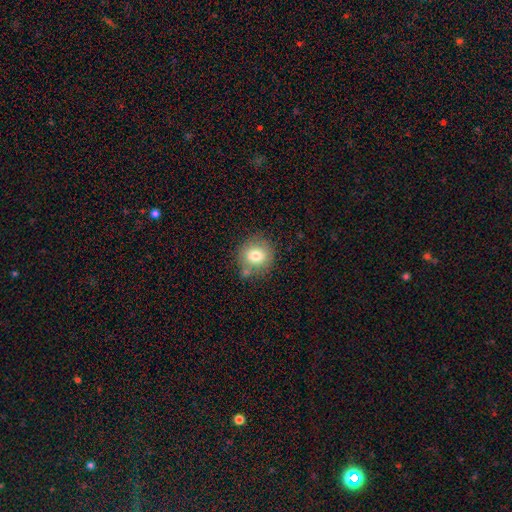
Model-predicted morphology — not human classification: Smooth or featured?
  - smooth: 77% *
  - featured or disk: 13%
  - star or artifact: 10%
How rounded?
  - round: 87% *
  - in between: 12%
  - cigar-shaped: 1%
Merging?
  - none: 72% *
  - minor disturbance: 15%
  - merger: 8%
  - major disturbance: 4%